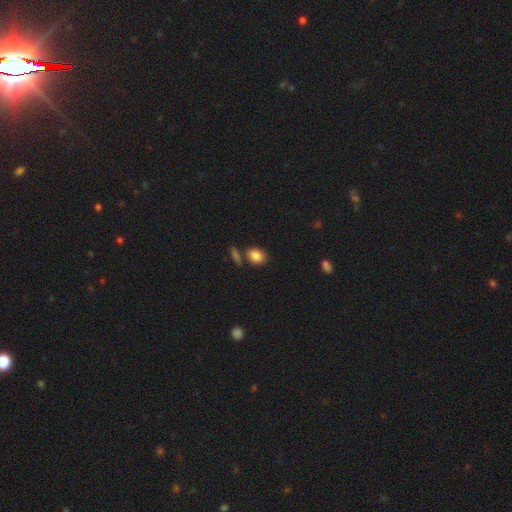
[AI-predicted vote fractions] The model was most divided on "how rounded": in between: 64%, round: 34%, cigar-shaped: 2%. More confident: smooth or featured — smooth (84%); merging — none (70%).